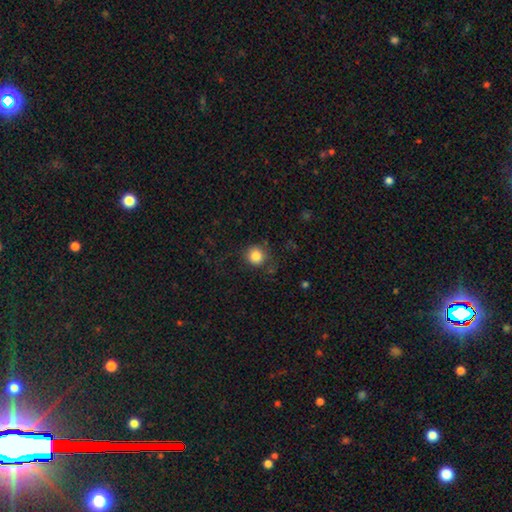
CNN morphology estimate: Smooth or featured: smooth — 84% (star or artifact — 11%)
How rounded: round — 91% (in between — 8%)
Merging: none — 80% (minor disturbance — 13%)